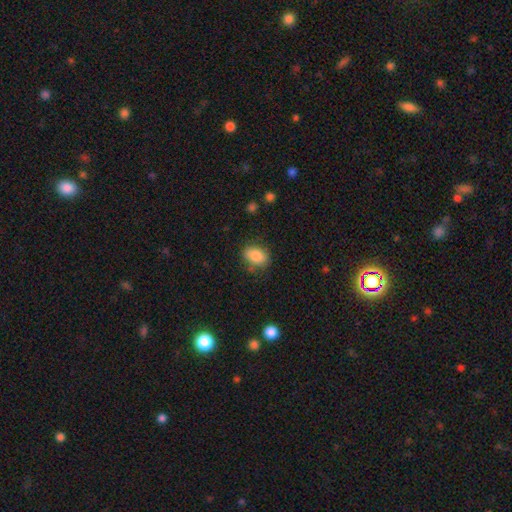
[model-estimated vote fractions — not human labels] smooth-or-featured: smooth: 84% | star or artifact: 8% | featured or disk: 8%
  how-rounded: in between: 80% | round: 19% | cigar-shaped: 2%
  merging: none: 75% | minor disturbance: 18% | major disturbance: 5% | merger: 2%